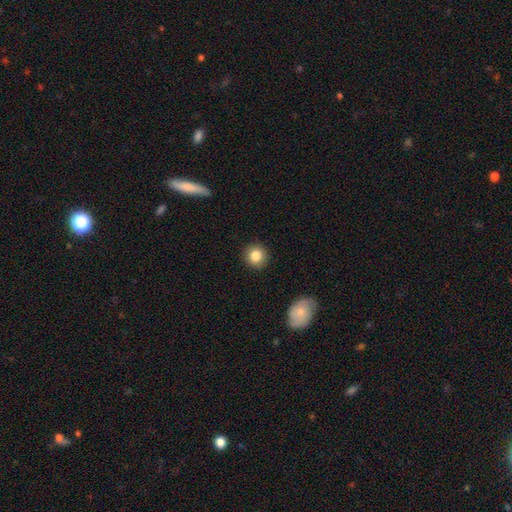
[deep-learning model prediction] smooth-or-featured: smooth: 84% | star or artifact: 9% | featured or disk: 7%
  how-rounded: round: 89% | in between: 10% | cigar-shaped: 1%
  merging: none: 91% | minor disturbance: 6% | major disturbance: 2% | merger: 1%